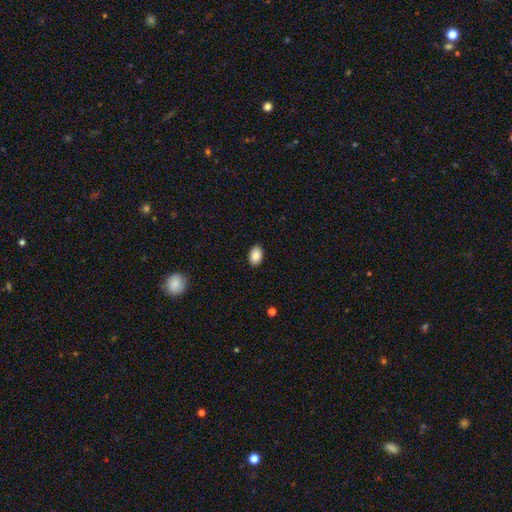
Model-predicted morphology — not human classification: A smooth galaxy with no disk features (89%) that is in between round and cigar-shaped (87%). Merging: none (89%).